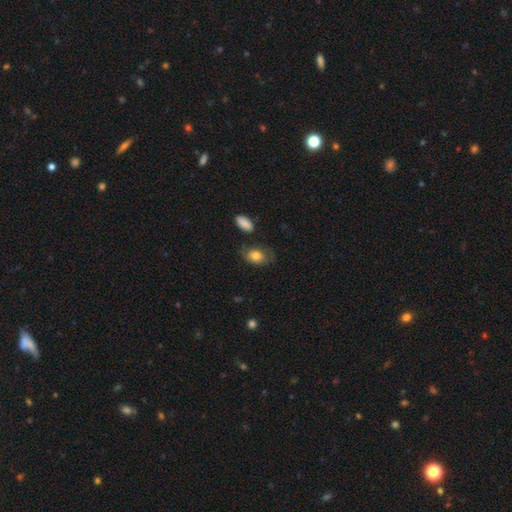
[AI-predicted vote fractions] A smooth galaxy with no disk features (77%) that is in between round and cigar-shaped (82%). Merging: none (63%).